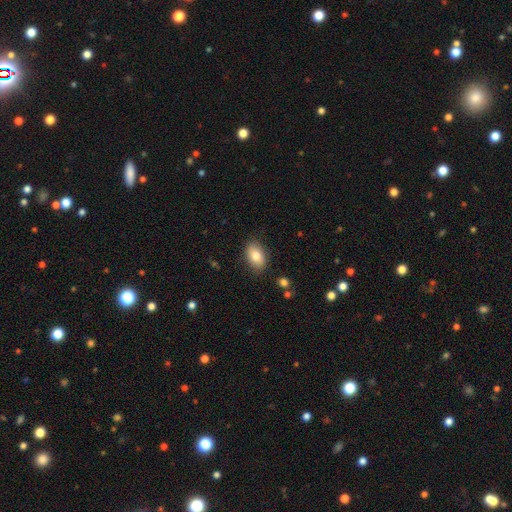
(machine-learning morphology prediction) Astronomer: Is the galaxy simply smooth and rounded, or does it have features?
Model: smooth — 81%.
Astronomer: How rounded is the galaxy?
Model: in between — 88%.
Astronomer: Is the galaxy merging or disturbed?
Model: none — 83%.